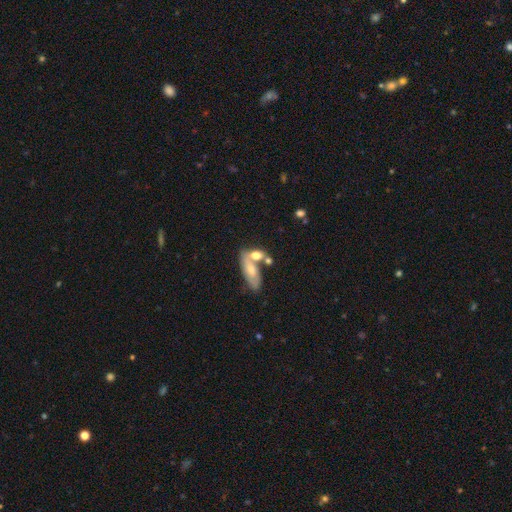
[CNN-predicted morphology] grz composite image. It shows a smooth galaxy with no disk features (62%) that is in between round and cigar-shaped (73%). Merging: merger (50%).